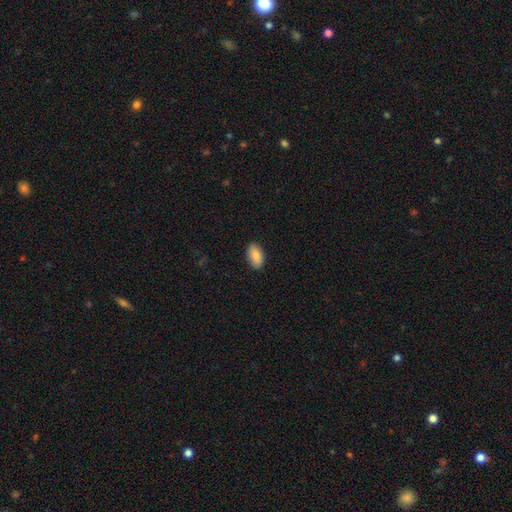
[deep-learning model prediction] Smooth or featured? Predicted: smooth (p=0.85). How rounded? Predicted: in between (p=0.93). Merging? Predicted: none (p=0.88).